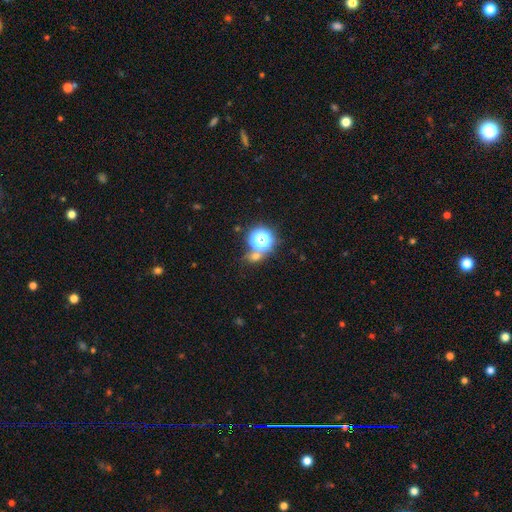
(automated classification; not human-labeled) Morphology: type=smooth (49%); merging=none (61%).